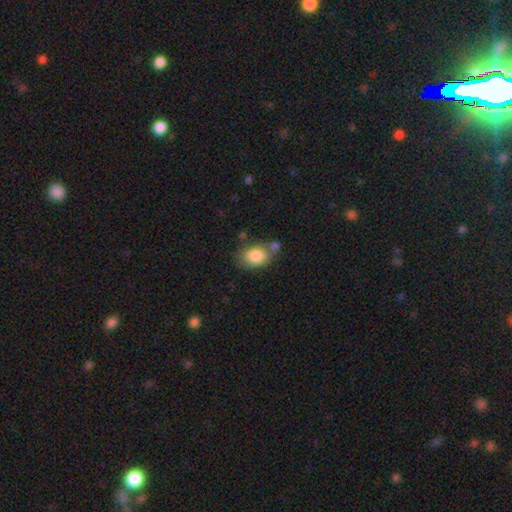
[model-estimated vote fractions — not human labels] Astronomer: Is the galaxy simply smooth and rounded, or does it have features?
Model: smooth — 84%.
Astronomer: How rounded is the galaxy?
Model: in between — 78%.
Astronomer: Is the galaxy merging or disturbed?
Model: none — 53%.